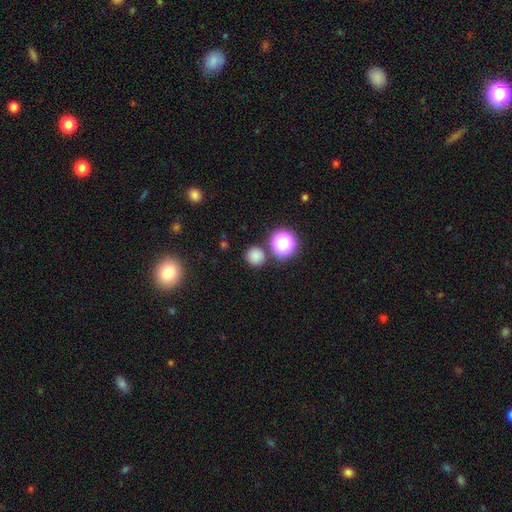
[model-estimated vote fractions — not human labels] Smooth or featured? smooth (79%)
How rounded? round (93%)
Merging? none (84%)